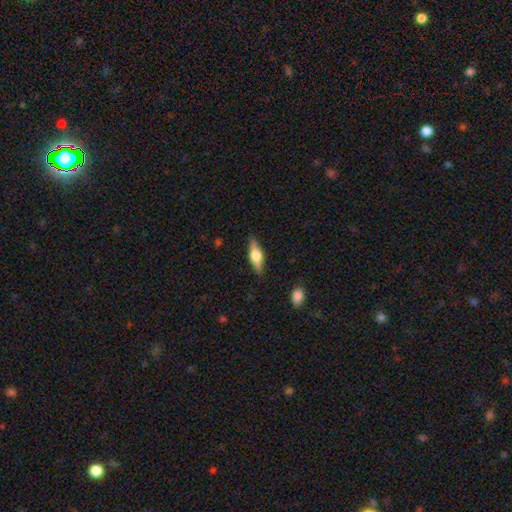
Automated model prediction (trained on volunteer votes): Smooth or featured? Predicted: featured or disk (p=0.56). Edge-on disk? Predicted: yes (p=0.94). Edge-on bulge? Predicted: rounded (p=0.91). Merging? Predicted: none (p=0.87).